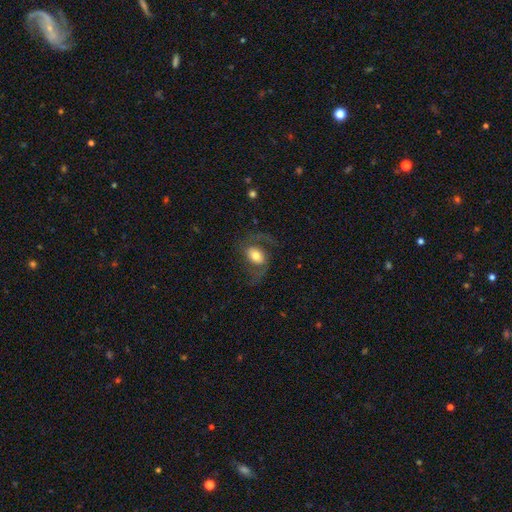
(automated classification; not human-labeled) smooth-or-featured: featured or disk: 64% | smooth: 29% | star or artifact: 7%
  disk-edge-on: no: 96% | yes: 4%
    bar: no: 53% | weak: 33% | strong: 14%
    has-spiral-arms: yes: 87% | no: 13%
      spiral-winding: loose: 55% | medium: 37% | tight: 7%
      spiral-arm-count: 2: 90% | 1: 4% | can't tell: 3% | 3: 1% | 4: 1% | more than 4: 1%
    bulge-size: moderate: 57% | large: 26% | small: 11% | dominant: 4% | none: 2%
  merging: none: 62% | major disturbance: 21% | minor disturbance: 16% | merger: 2%